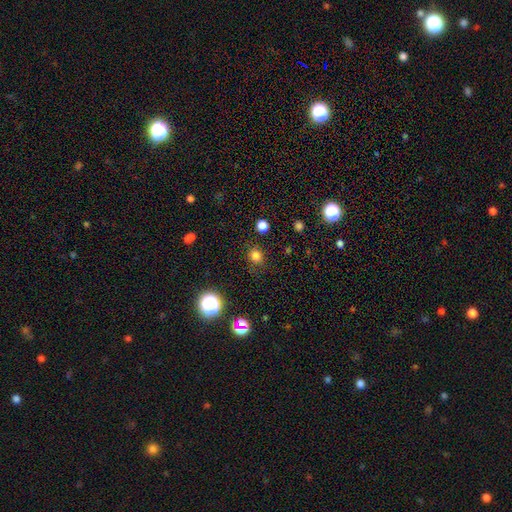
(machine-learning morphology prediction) smooth_or_featured: smooth (p=0.79) [alt: star or artifact p=0.16]
how_rounded: round (p=0.80) [alt: in between p=0.19]
merging: none (p=0.83) [alt: minor disturbance p=0.11]